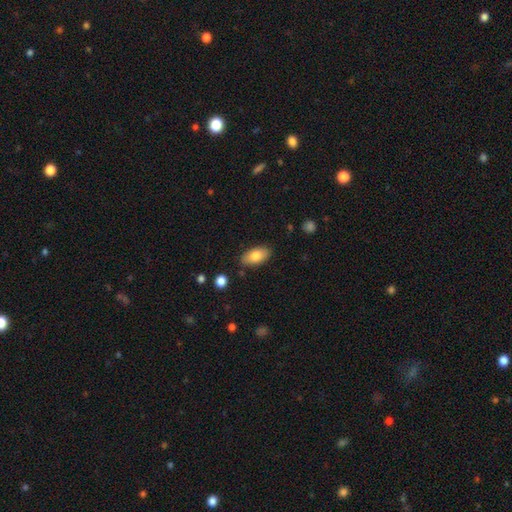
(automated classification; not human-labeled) This is clearly a smooth galaxy (80%). How rounded: clearly in between (91%). Merging: clearly none (84%).